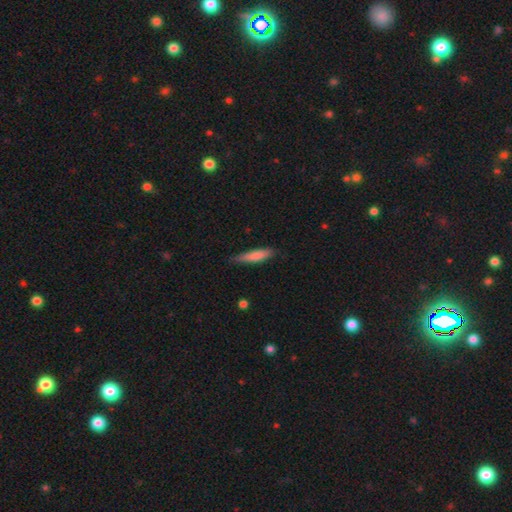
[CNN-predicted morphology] This is likely a smooth galaxy (78%). How rounded: clearly cigar-shaped (82%). Merging: likely none (75%).